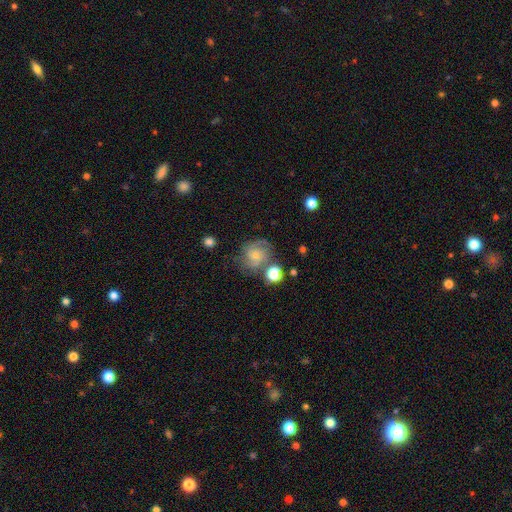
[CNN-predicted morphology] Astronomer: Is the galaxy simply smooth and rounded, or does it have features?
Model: featured or disk — 58%.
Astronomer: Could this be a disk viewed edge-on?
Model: no — 98%.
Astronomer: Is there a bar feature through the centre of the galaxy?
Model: no — 73%.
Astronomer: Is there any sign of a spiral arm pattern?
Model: yes — 88%.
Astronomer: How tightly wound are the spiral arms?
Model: tight — 43% (runner-up: medium, 42%).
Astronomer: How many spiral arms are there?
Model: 2 — 35% (runner-up: can't tell, 30%).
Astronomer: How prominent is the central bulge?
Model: small — 63%.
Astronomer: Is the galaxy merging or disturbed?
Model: none — 56%.